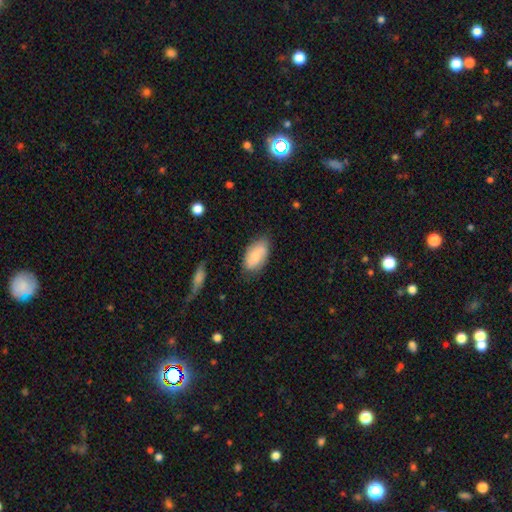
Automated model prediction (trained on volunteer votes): Smooth or featured?
  - smooth: 68% *
  - featured or disk: 25%
  - star or artifact: 7%
How rounded?
  - in between: 93% *
  - round: 4%
  - cigar-shaped: 3%
Merging?
  - none: 74% *
  - minor disturbance: 20%
  - major disturbance: 4%
  - merger: 2%